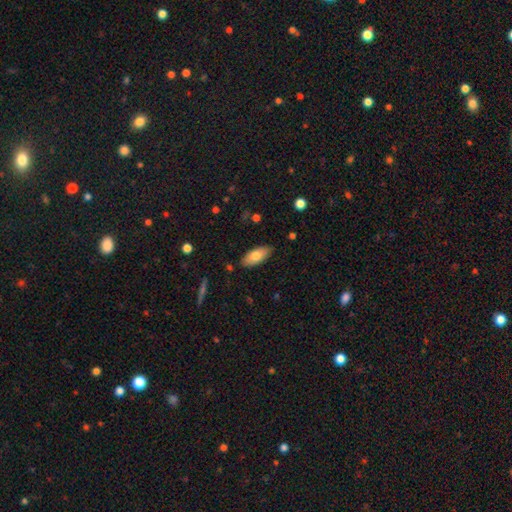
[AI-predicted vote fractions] A smooth galaxy with no disk features (75%) that is in between round and cigar-shaped (86%). Merging: none (84%).